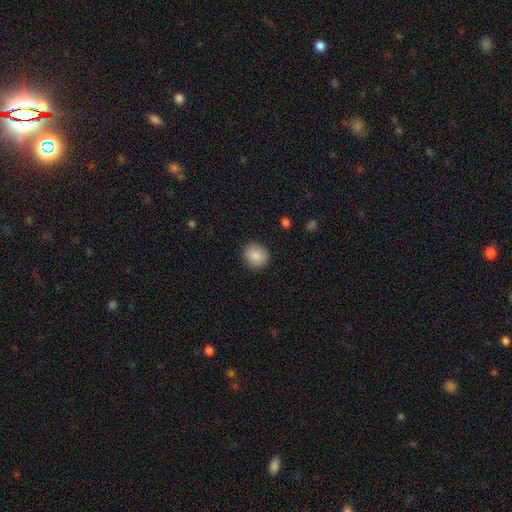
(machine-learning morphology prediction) Overall: smooth (86%). How rounded: round (88%). Merging: none (89%).